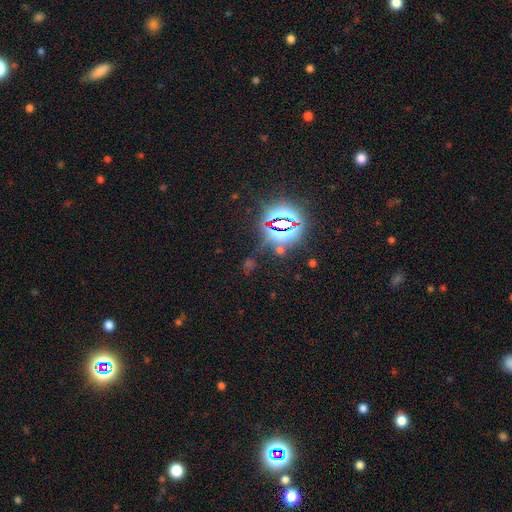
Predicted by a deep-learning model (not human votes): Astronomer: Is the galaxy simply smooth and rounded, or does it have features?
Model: star or artifact — 83%.